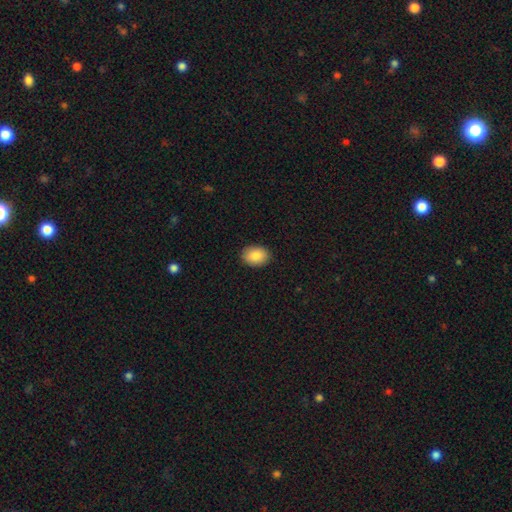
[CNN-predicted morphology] type=smooth (87%); roundness=in between (72%); merging=none (90%).